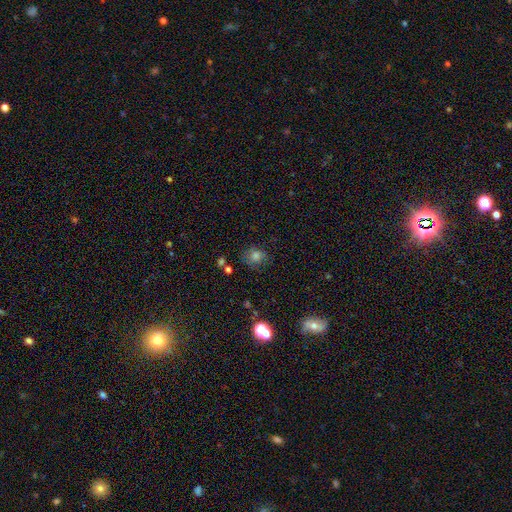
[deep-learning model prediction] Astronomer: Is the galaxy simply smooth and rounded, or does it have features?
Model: smooth — 62%.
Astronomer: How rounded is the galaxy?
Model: round — 68%.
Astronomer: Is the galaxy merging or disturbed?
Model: none — 75%.